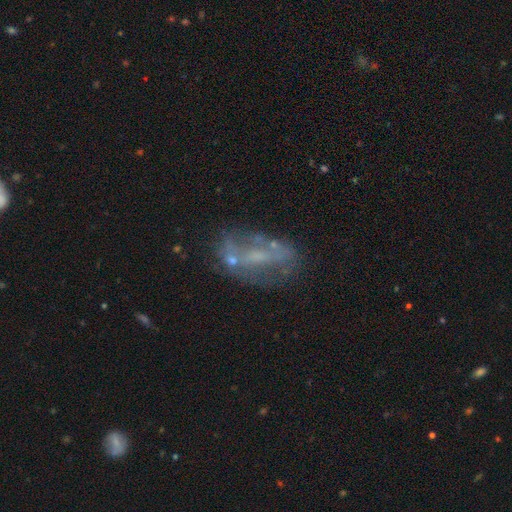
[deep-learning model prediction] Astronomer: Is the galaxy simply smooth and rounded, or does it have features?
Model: featured or disk — 64%.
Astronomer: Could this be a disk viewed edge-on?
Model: no — 92%.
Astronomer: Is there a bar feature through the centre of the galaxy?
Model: no — 56%.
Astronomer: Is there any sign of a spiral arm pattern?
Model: no — 69%.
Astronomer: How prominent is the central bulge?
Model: none — 43% (runner-up: small, 40%).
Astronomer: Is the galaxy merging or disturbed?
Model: none — 53%.